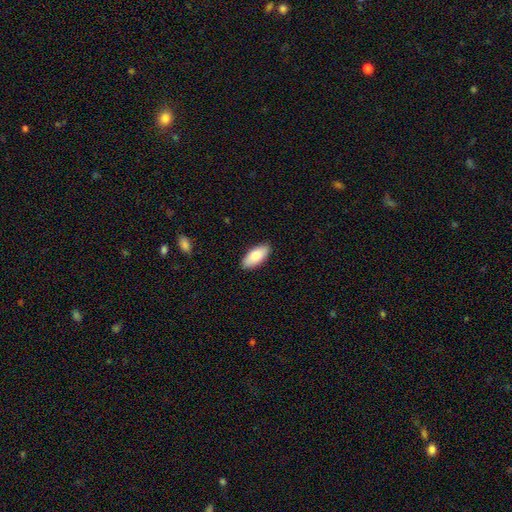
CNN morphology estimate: A smooth galaxy with no disk features (82%) that is in between round and cigar-shaped (88%). Merging: none (89%).